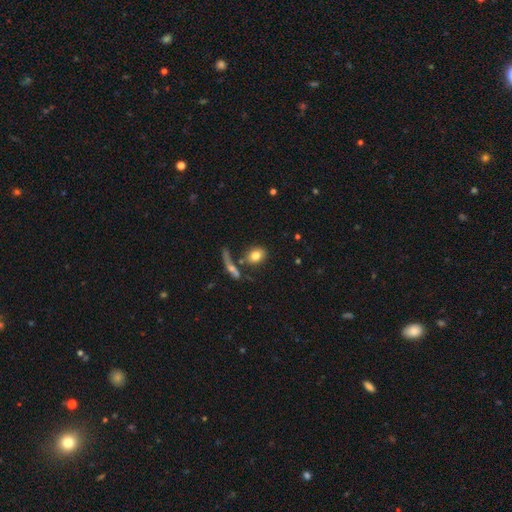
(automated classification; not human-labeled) A smooth galaxy with no disk features (77%) that is in between round and cigar-shaped (64%). Merging: none (66%).